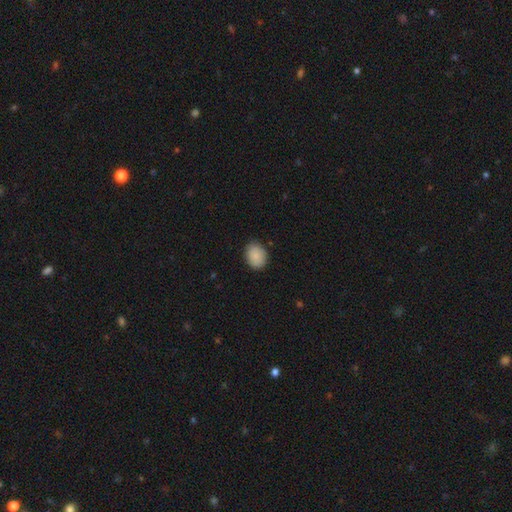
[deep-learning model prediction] smooth 88%, star or artifact 7%, featured or disk 5%. Down the decision tree: how rounded — in between (56%); merging — none (84%).